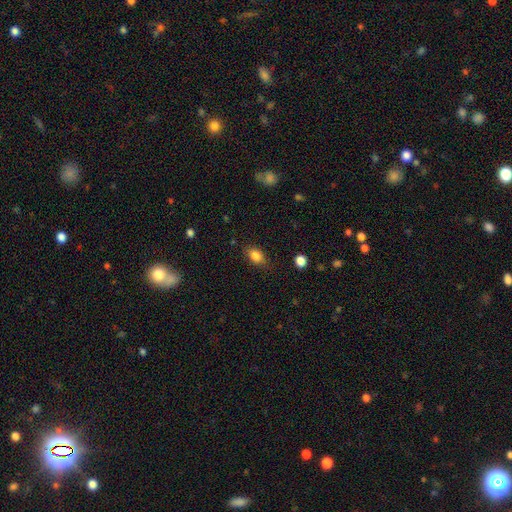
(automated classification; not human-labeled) Overall: smooth (84%). How rounded: in between (78%). Merging: none (80%).